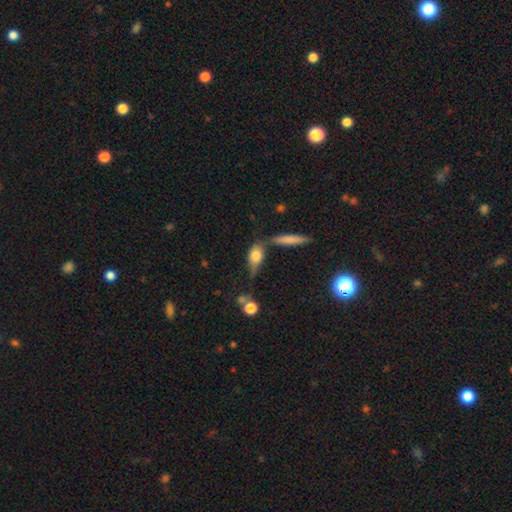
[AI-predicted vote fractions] Q: Smooth or featured?
A: smooth (69%); runner-up: featured or disk (23%)
Q: How rounded?
A: in between (67%); runner-up: cigar-shaped (20%)
Q: Merging?
A: none (42%); runner-up: minor disturbance (25%)